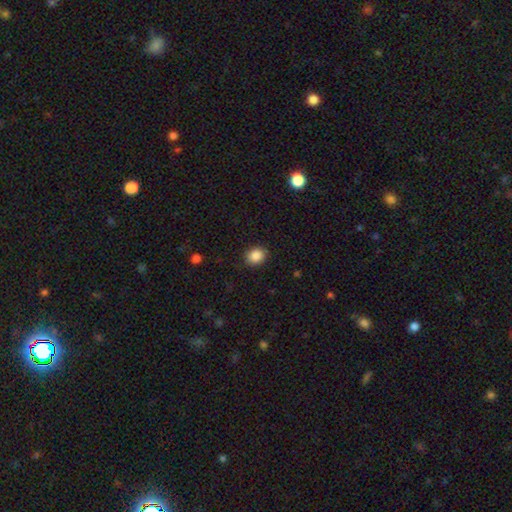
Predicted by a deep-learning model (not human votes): Smooth or featured: smooth — 87% (star or artifact — 9%)
How rounded: round — 61% (in between — 38%)
Merging: none — 87% (minor disturbance — 9%)